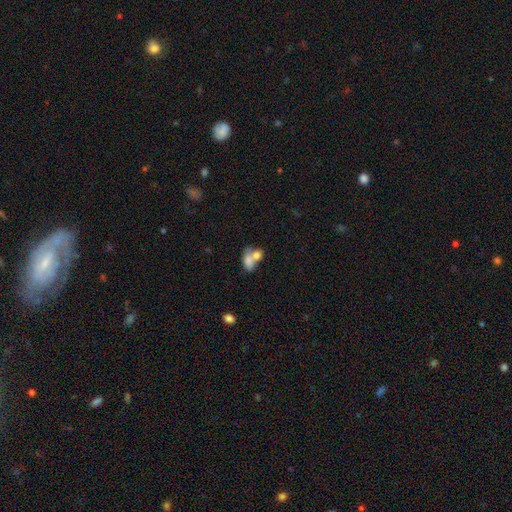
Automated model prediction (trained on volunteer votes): Smooth or featured? Predicted: smooth (p=0.72). How rounded? Predicted: in between (p=0.77). Merging? Predicted: merger (p=0.67).